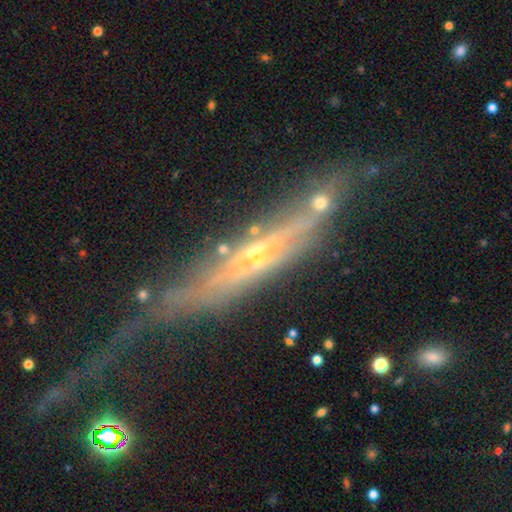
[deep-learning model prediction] Overall: featured or disk (74%). Edge-on disk: yes (74%). Edge-on bulge: rounded (68%). Merging: none (44%; major disturbance 24%).